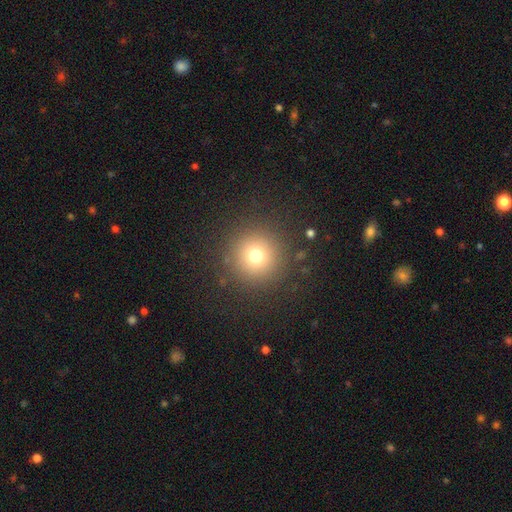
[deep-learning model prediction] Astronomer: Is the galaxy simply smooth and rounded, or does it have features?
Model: smooth — 73%.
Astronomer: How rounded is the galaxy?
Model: round — 96%.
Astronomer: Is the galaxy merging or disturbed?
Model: none — 88%.